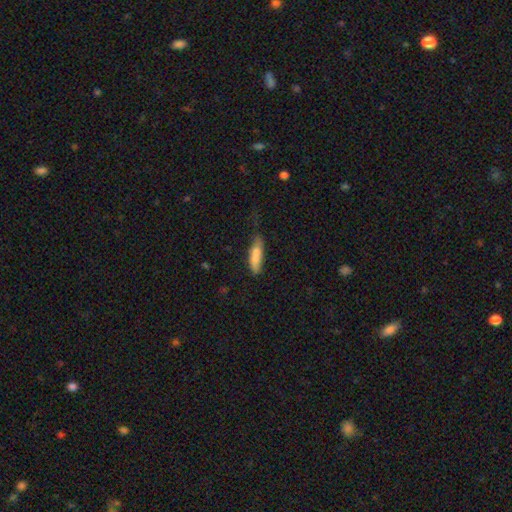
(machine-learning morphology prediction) Q: Smooth or featured?
A: smooth (72%); runner-up: featured or disk (21%)
Q: How rounded?
A: cigar-shaped (58%); runner-up: in between (40%)
Q: Merging?
A: none (46%); runner-up: minor disturbance (28%)